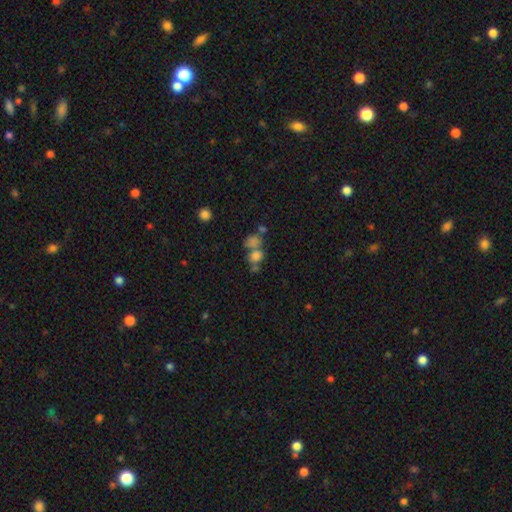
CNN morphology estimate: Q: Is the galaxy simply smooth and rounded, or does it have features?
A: smooth — 72%.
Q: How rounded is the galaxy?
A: round — 61%.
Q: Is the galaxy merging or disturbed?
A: merger — 48%.